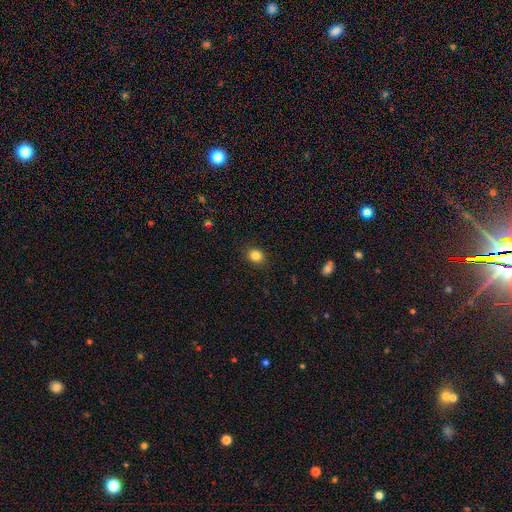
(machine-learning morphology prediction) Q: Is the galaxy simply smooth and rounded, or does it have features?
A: smooth — 84%.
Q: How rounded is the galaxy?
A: round — 66%.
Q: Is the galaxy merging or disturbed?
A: none — 89%.